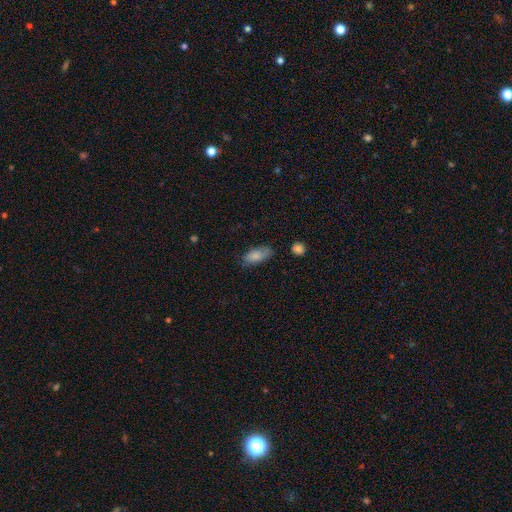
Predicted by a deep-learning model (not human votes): smooth_or_featured: smooth (p=0.83) [alt: featured or disk p=0.10]
how_rounded: in between (p=0.85) [alt: cigar-shaped p=0.12]
merging: none (p=0.68) [alt: minor disturbance p=0.24]